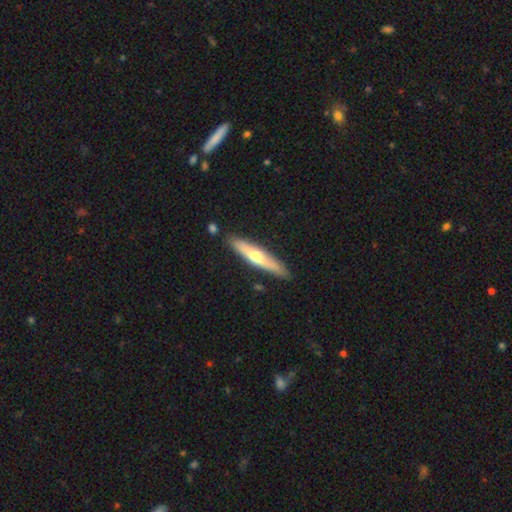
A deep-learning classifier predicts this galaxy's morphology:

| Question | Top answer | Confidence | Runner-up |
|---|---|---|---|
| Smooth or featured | featured or disk | 49% | smooth (46%) |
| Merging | none | 86% | minor disturbance (10%) |